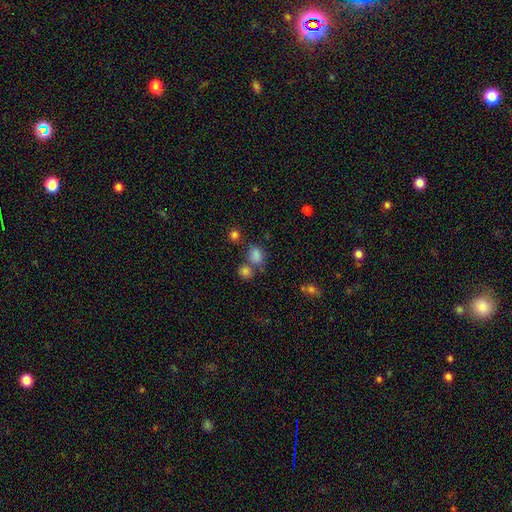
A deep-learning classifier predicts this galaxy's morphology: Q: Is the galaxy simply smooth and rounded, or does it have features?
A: smooth — 79%.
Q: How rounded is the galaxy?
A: in between — 52%.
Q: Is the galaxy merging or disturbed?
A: none — 55%.